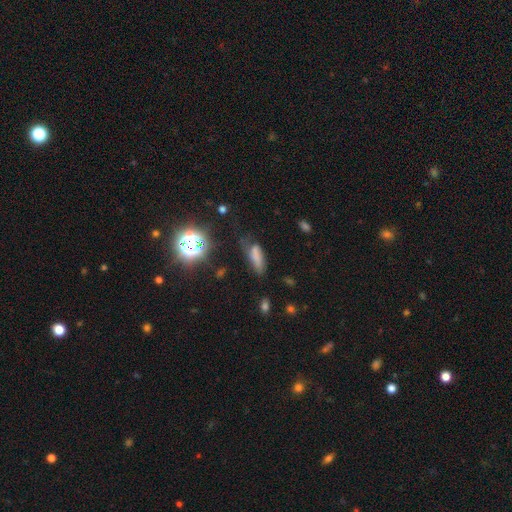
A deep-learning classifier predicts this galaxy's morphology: The model was most divided on "merging": none: 47%, minor disturbance: 31%, major disturbance: 17%, merger: 5%. More confident: smooth or featured — smooth (67%); how rounded — in between (59%).